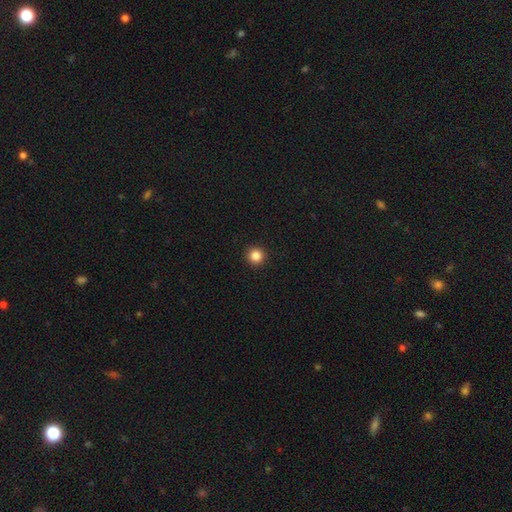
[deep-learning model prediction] A smooth galaxy with no disk features (85%) that is round (96%).

Vote fractions:
- Smooth or featured? smooth: 85% / star or artifact: 11% / featured or disk: 4%
- How rounded? round: 96% / in between: 3% / cigar-shaped: 1%
- Merging? none: 94% / minor disturbance: 4% / major disturbance: 1% / merger: 1%